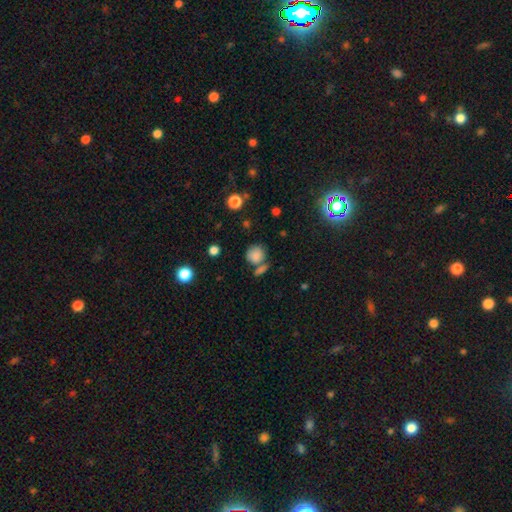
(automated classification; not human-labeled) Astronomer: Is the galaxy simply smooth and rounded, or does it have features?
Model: smooth — 81%.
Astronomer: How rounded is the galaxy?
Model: round — 83%.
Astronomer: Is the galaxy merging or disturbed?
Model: none — 57%.